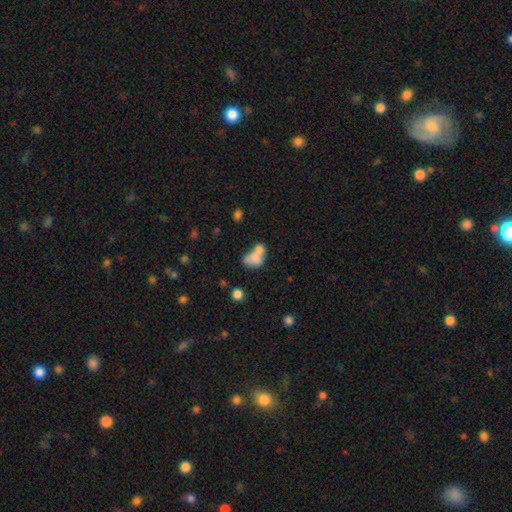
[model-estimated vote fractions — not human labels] Smooth or featured? smooth (69%)
How rounded? in between (74%)
Merging? merger (58%)